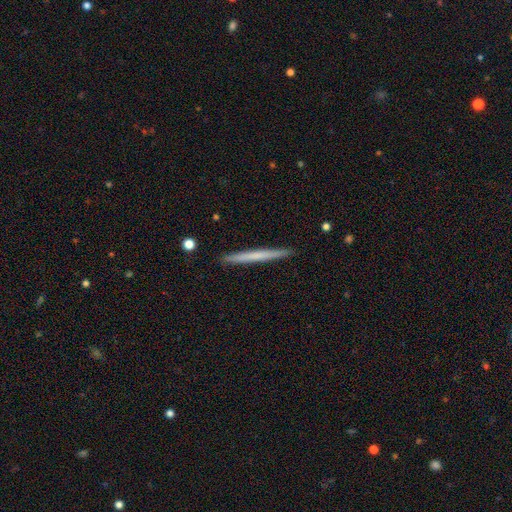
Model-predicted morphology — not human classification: smooth_or_featured: smooth (p=0.57) [alt: featured or disk p=0.37]
how_rounded: cigar-shaped (p=0.97) [alt: in between p=0.01]
merging: none (p=0.92) [alt: minor disturbance p=0.05]